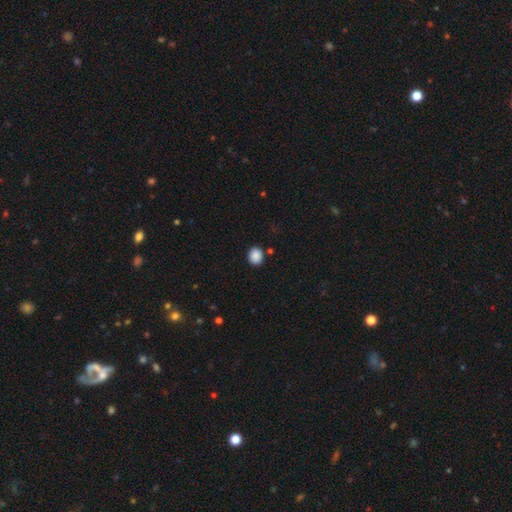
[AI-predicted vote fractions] Overall: smooth (88%). How rounded: round (62%; in between 37%). Merging: none (87%).